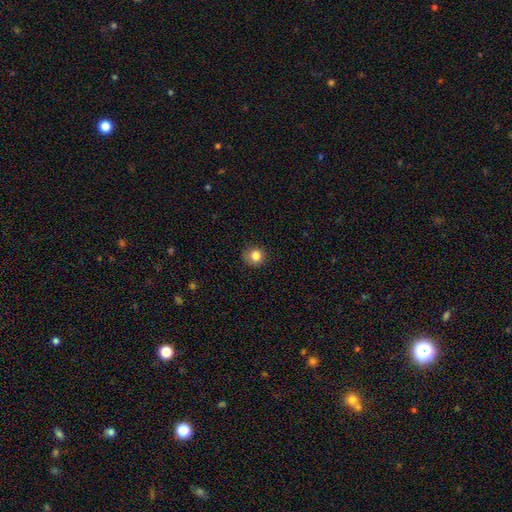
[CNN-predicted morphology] A smooth galaxy with no disk features (83%) that is round (85%). Merging: none (79%).